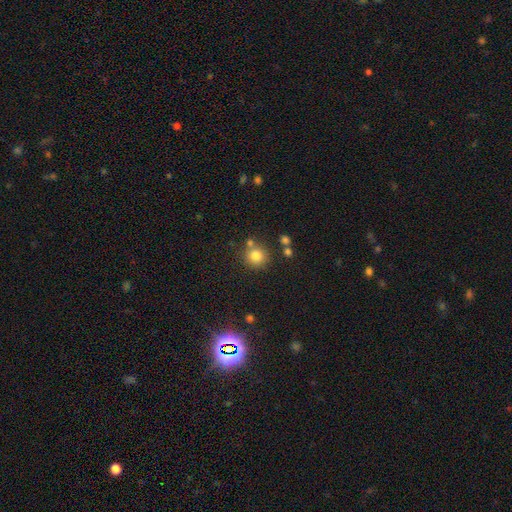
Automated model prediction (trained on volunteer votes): Q: Smooth or featured?
A: smooth (80%); runner-up: star or artifact (13%)
Q: How rounded?
A: round (92%); runner-up: in between (7%)
Q: Merging?
A: none (74%); runner-up: merger (13%)